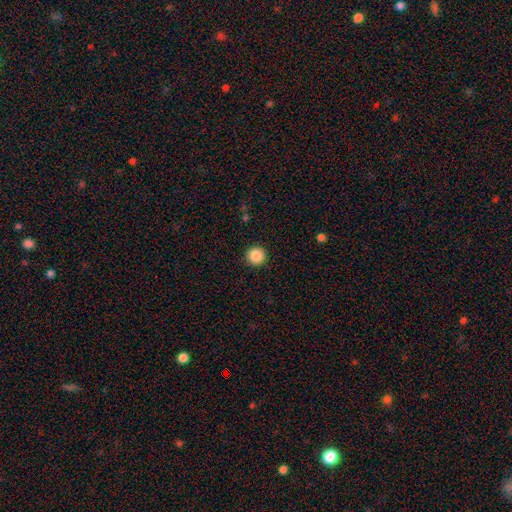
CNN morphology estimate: Overall: smooth (86%). How rounded: round (96%). Merging: none (93%).